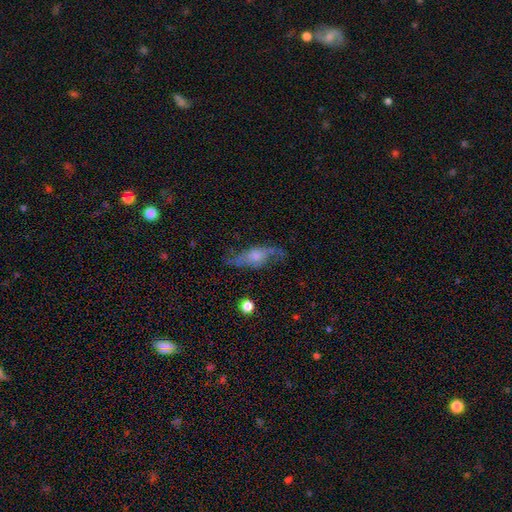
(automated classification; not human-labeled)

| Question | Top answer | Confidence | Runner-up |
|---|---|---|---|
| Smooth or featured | featured or disk | 65% | smooth (26%) |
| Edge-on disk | no | 63% | yes (37%) |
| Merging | none | 66% | minor disturbance (21%) |